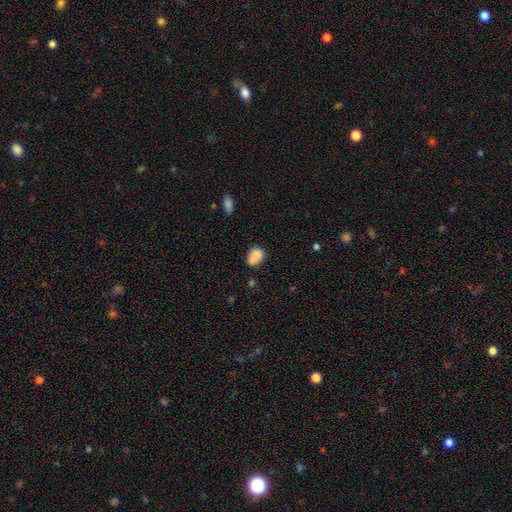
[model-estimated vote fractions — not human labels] smooth_or_featured: smooth (p=0.78) [alt: featured or disk p=0.12]
how_rounded: in between (p=0.67) [alt: round p=0.32]
merging: none (p=0.38) [alt: merger p=0.33]